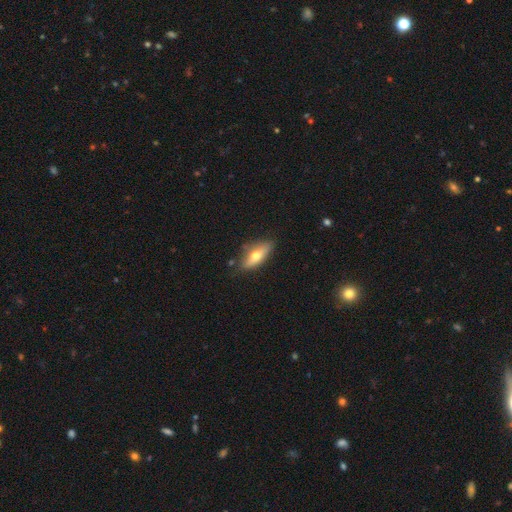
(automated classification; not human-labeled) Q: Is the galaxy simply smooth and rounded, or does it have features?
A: smooth — 60%.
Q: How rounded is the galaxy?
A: in between — 69%.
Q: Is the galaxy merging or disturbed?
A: none — 75%.